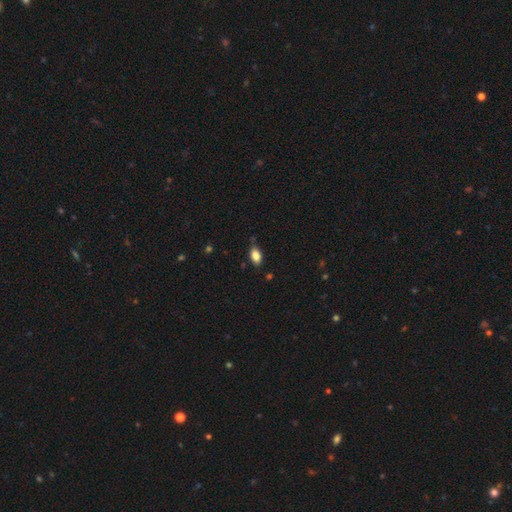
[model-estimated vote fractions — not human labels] Q: Smooth or featured?
A: smooth (85%); runner-up: star or artifact (8%)
Q: How rounded?
A: in between (91%); runner-up: round (5%)
Q: Merging?
A: none (80%); runner-up: minor disturbance (15%)